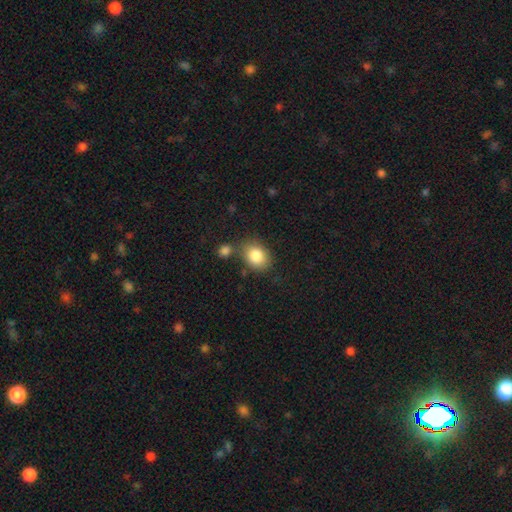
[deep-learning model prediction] This is clearly a smooth galaxy (84%). How rounded: possibly in between (55%). Merging: likely none (67%).